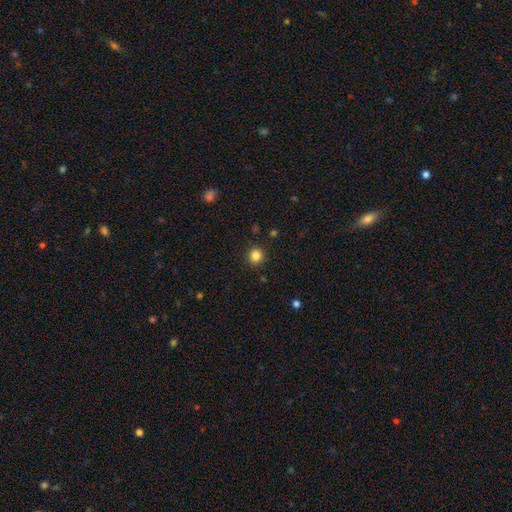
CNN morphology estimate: Q: Smooth or featured?
A: smooth (84%); runner-up: star or artifact (12%)
Q: How rounded?
A: round (92%); runner-up: in between (7%)
Q: Merging?
A: none (91%); runner-up: minor disturbance (6%)